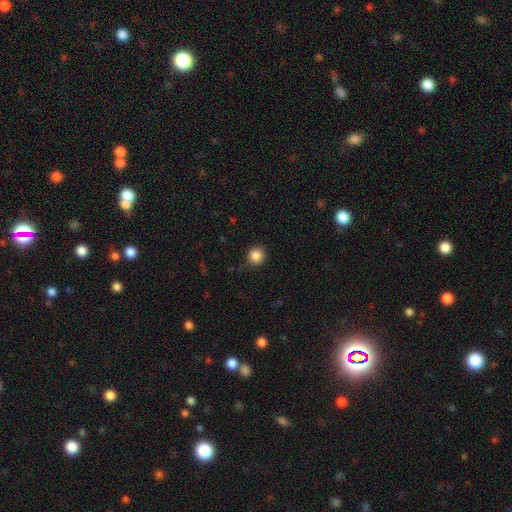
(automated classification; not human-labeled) Smooth or featured?
  - smooth: 86% *
  - star or artifact: 10%
  - featured or disk: 3%
How rounded?
  - round: 93% *
  - in between: 6%
  - cigar-shaped: 1%
Merging?
  - none: 89% *
  - minor disturbance: 7%
  - major disturbance: 2%
  - merger: 1%